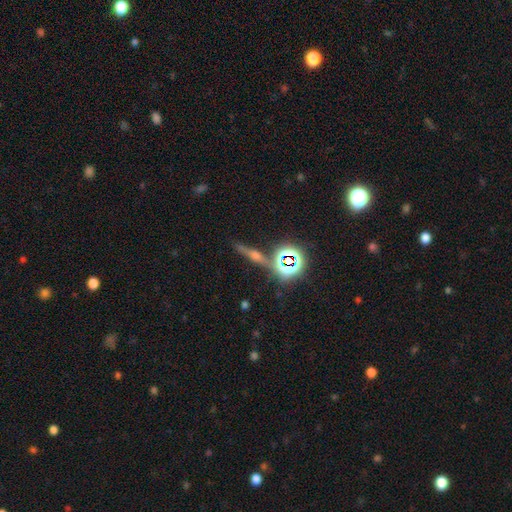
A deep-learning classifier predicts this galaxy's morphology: Smooth or featured?
  - star or artifact: 51% *
  - featured or disk: 29%
  - smooth: 21%